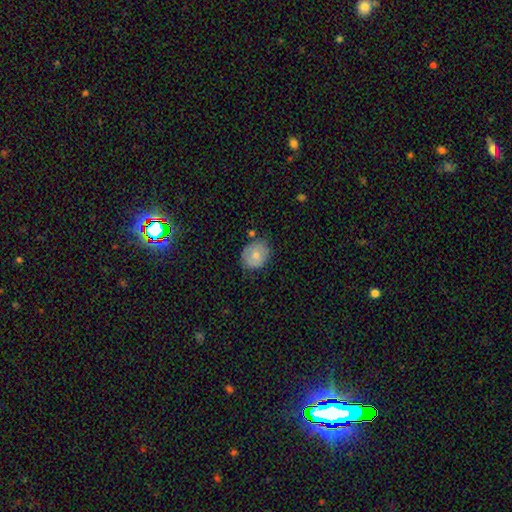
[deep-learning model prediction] smooth-or-featured: smooth: 72% | featured or disk: 20% | star or artifact: 7%
  how-rounded: round: 55% | in between: 44% | cigar-shaped: 1%
  merging: none: 69% | minor disturbance: 23% | major disturbance: 5% | merger: 4%